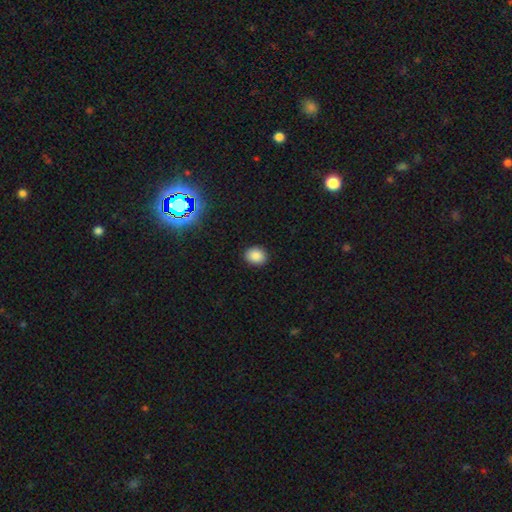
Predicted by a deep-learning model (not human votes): This is clearly a smooth galaxy (86%). How rounded: possibly round (55%). Merging: clearly none (90%).